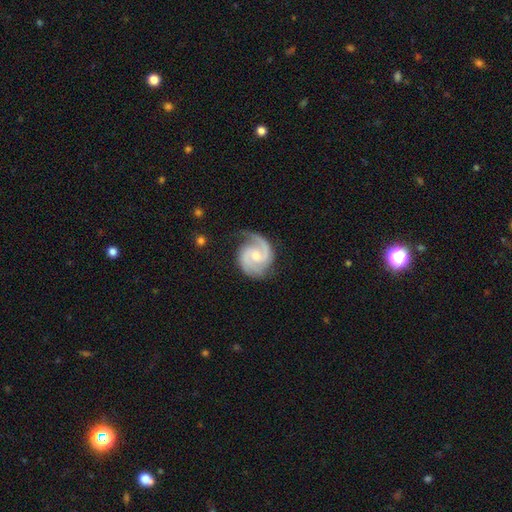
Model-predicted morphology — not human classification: Smooth or featured? Predicted: featured or disk (p=0.91). Edge-on disk? Predicted: no (p=0.98). Bar? Predicted: no (p=0.46). Spiral arms? Predicted: yes (p=0.98). Spiral winding? Predicted: medium (p=0.52). Spiral arm count? Predicted: 2 (p=0.88). Bulge size? Predicted: moderate (p=0.50). Merging? Predicted: none (p=0.73).